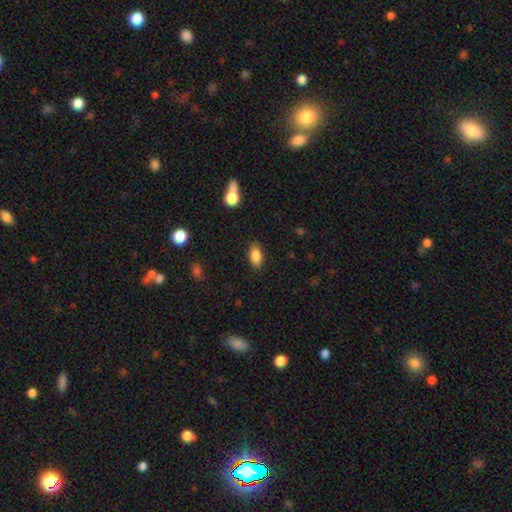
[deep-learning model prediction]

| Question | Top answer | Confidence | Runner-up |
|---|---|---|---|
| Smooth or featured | smooth | 85% | star or artifact (8%) |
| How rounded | in between | 88% | round (6%) |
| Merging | none | 85% | minor disturbance (11%) |